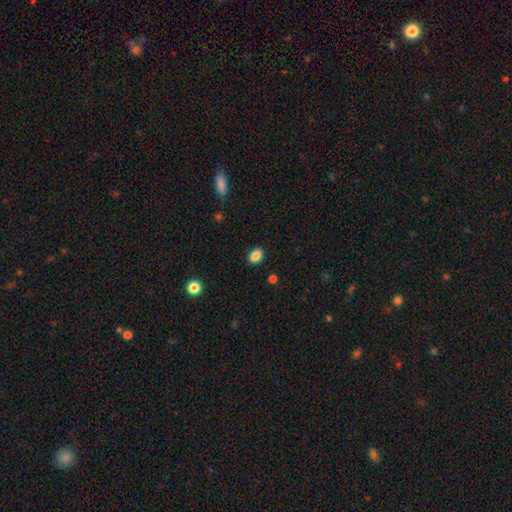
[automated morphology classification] Overall: smooth (87%). How rounded: in between (71%). Merging: none (88%).